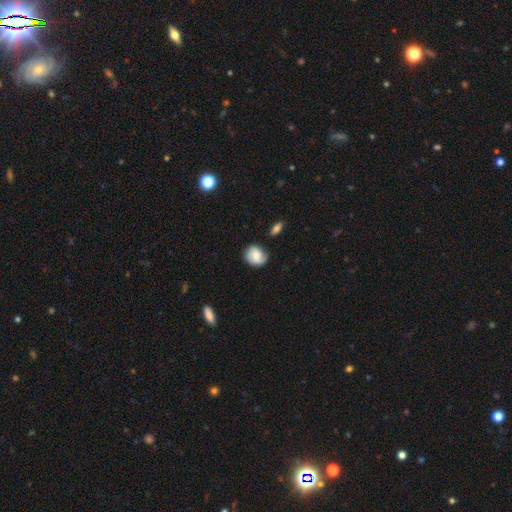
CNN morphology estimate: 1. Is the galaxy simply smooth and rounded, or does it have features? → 49% smooth, 43% featured or disk, 8% star or artifact.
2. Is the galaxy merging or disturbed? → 71% none, 21% minor disturbance, 5% major disturbance, 3% merger.